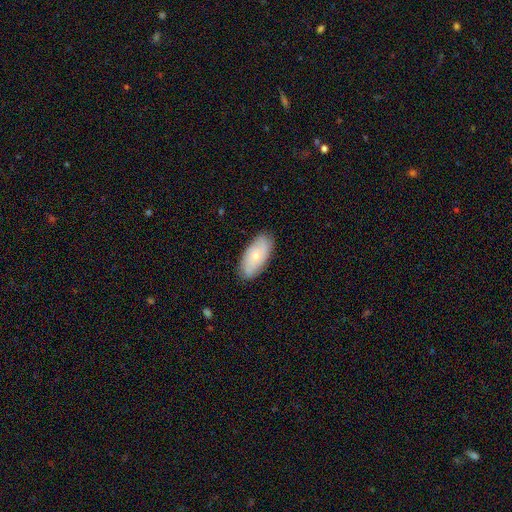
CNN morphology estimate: Smooth or featured? smooth (55%)
How rounded? in between (90%)
Merging? none (84%)